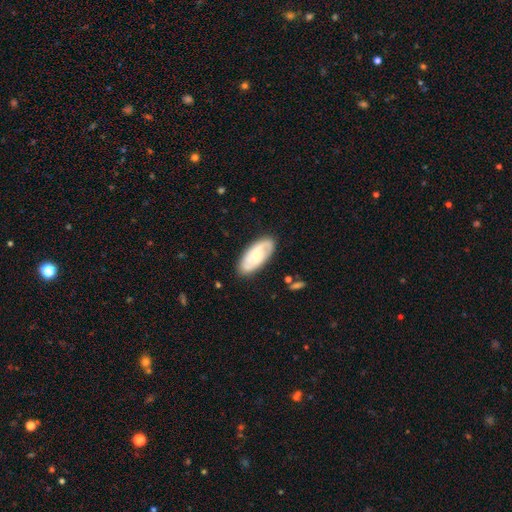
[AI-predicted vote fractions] The model was most divided on "bulge size": small: 47%, moderate: 39%, none: 7%, large: 5%, dominant: 1%. More confident: edge-on disk — no (92%); spiral arms — yes (88%); merging — none (80%); bar — no (61%); smooth or featured — featured or disk (60%).